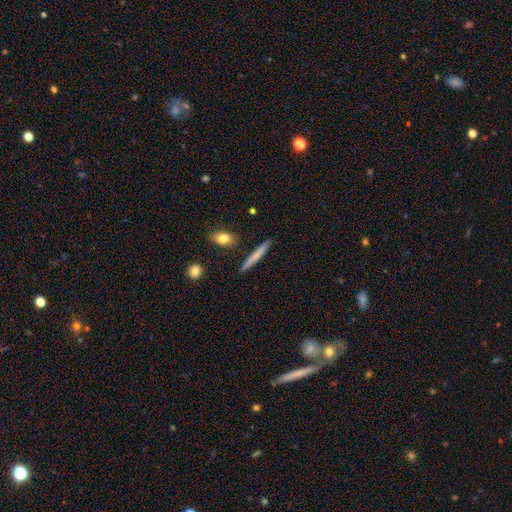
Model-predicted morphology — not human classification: Q: Smooth or featured?
A: smooth (67%); runner-up: featured or disk (27%)
Q: How rounded?
A: cigar-shaped (94%); runner-up: in between (4%)
Q: Merging?
A: none (88%); runner-up: minor disturbance (8%)